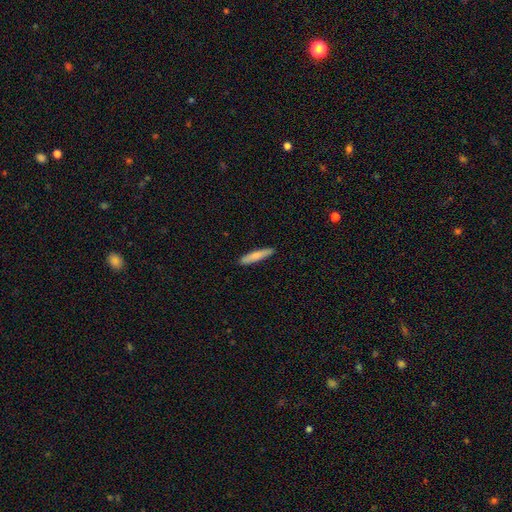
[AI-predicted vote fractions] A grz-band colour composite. It shows a smooth galaxy with no disk features (79%) that is cigar-shaped (91%). Merging: none (90%).